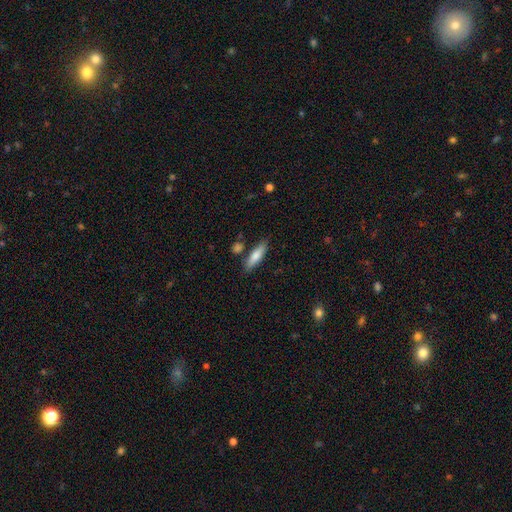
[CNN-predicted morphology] The model was most divided on "how rounded": cigar-shaped: 62%, in between: 36%, round: 2%. More confident: merging — none (81%); smooth or featured — smooth (76%).